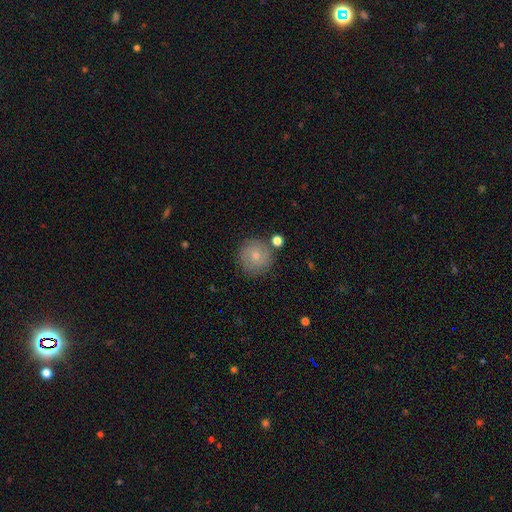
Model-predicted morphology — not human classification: This is likely a smooth galaxy (65%). How rounded: clearly round (94%). Merging: likely none (79%).